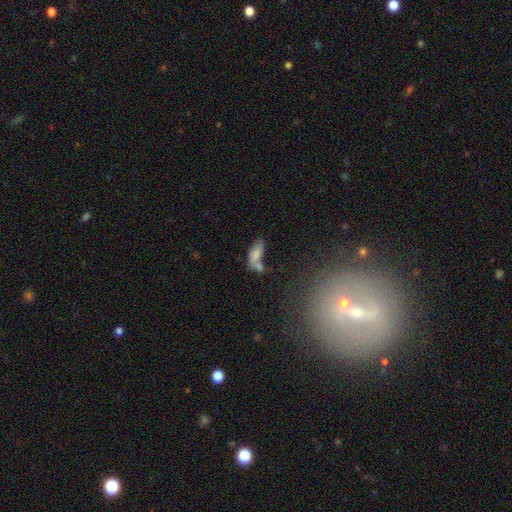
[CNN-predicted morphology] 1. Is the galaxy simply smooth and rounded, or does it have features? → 71% smooth, 19% featured or disk, 11% star or artifact.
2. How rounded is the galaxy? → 78% in between, 19% cigar-shaped, 3% round.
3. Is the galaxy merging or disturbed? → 43% merger, 27% none, 17% minor disturbance, 14% major disturbance.